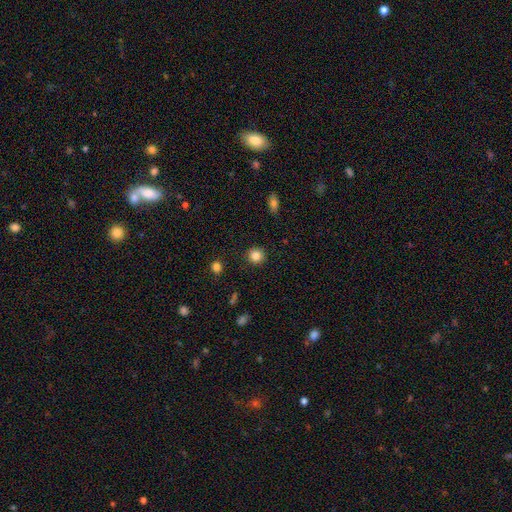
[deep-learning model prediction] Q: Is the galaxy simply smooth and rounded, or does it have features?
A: smooth — 85%.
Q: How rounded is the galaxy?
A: round — 93%.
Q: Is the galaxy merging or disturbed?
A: none — 91%.